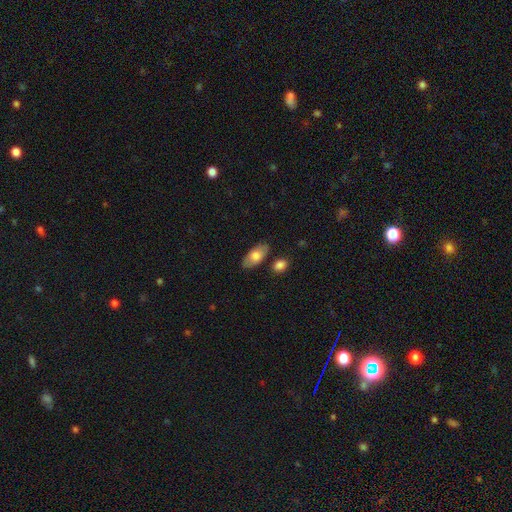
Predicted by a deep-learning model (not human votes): Smooth or featured? Predicted: smooth (p=0.73). How rounded? Predicted: in between (p=0.92). Merging? Predicted: none (p=0.81).